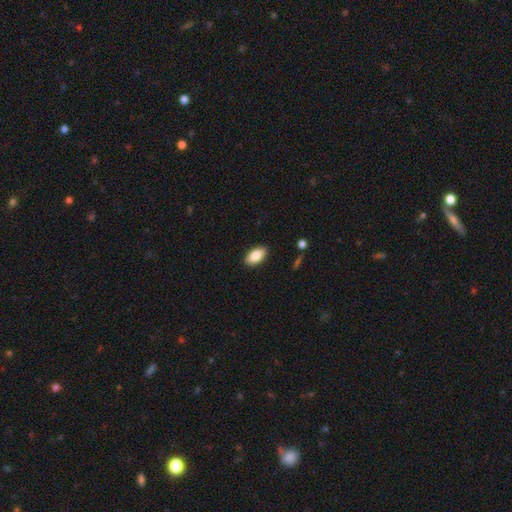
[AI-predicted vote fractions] smooth-or-featured: smooth: 86% | featured or disk: 8% | star or artifact: 7%
  how-rounded: in between: 93% | cigar-shaped: 4% | round: 3%
  merging: none: 89% | minor disturbance: 8% | major disturbance: 2% | merger: 1%